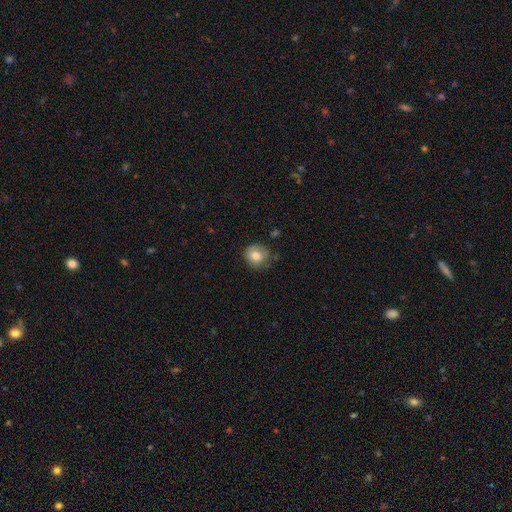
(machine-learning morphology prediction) Overall: smooth (78%). How rounded: round (82%). Merging: none (67%).